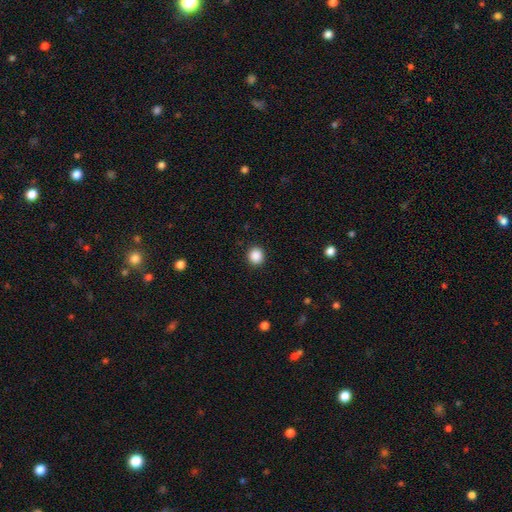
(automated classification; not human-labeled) A smooth galaxy with no disk features (88%) that is round (90%).

Vote fractions:
- Smooth or featured? smooth: 88% / star or artifact: 10% / featured or disk: 2%
- How rounded? round: 90% / in between: 9% / cigar-shaped: 1%
- Merging? none: 92% / minor disturbance: 5% / major disturbance: 2% / merger: 1%